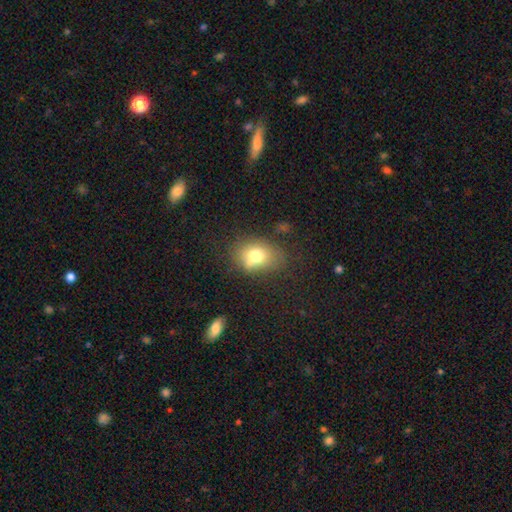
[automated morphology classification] Smooth or featured? Predicted: smooth (p=0.73). How rounded? Predicted: in between (p=0.66). Merging? Predicted: none (p=0.58).